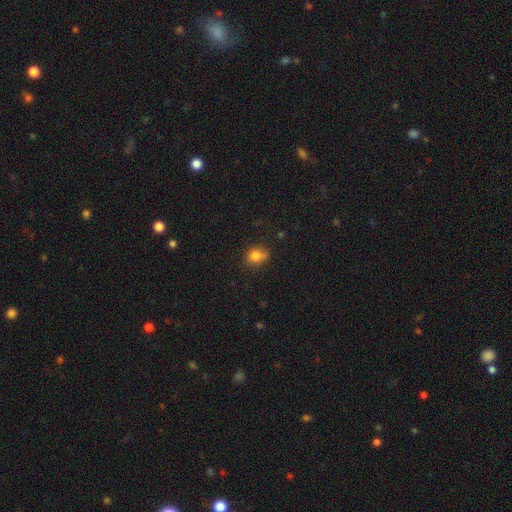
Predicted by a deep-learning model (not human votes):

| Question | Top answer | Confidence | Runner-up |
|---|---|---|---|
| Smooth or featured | smooth | 82% | star or artifact (11%) |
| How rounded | round | 61% | in between (38%) |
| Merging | none | 66% | minor disturbance (25%) |